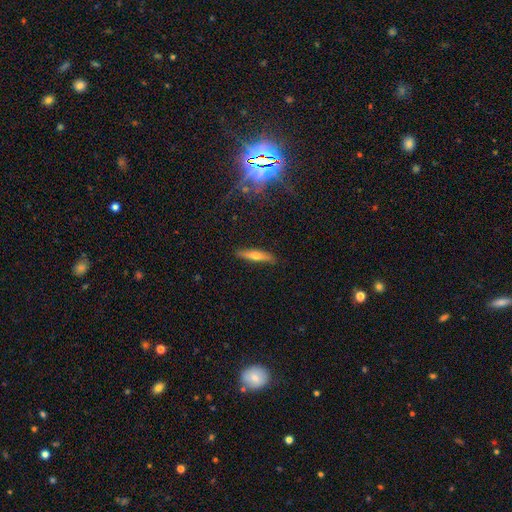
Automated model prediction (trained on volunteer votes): Smooth or featured? smooth (47%)
Merging? none (87%)